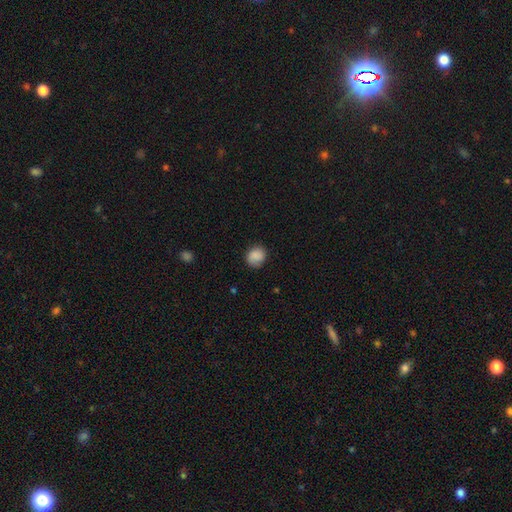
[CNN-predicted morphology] This appears to be a smooth galaxy with no disk features (84%) that is round (76%). Merging: none (78%).